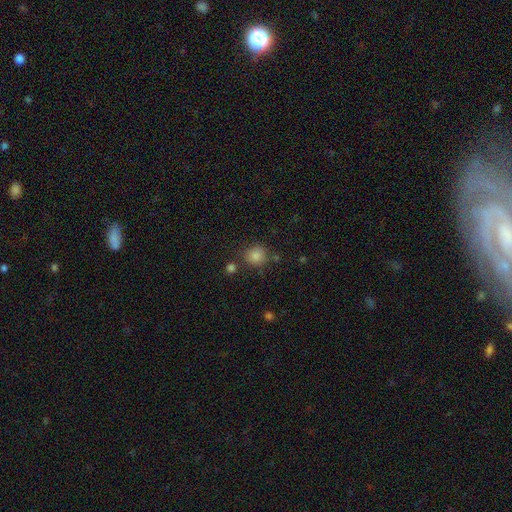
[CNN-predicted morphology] smooth-or-featured: smooth: 81% | star or artifact: 14% | featured or disk: 5%
  how-rounded: round: 88% | in between: 11% | cigar-shaped: 1%
  merging: none: 79% | minor disturbance: 10% | merger: 7% | major disturbance: 3%